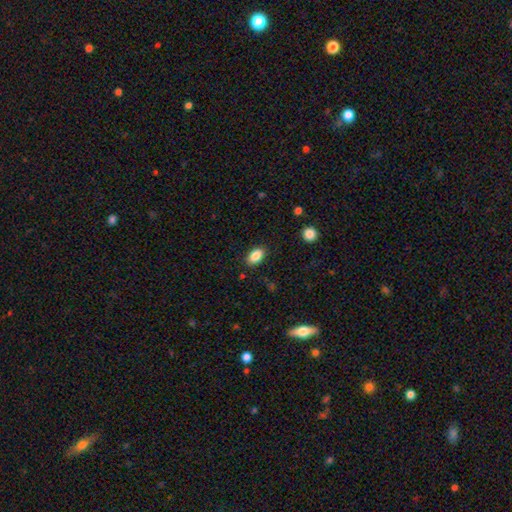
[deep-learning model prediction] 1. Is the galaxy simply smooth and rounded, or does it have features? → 87% smooth, 8% star or artifact, 5% featured or disk.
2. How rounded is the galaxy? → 90% in between, 8% round, 2% cigar-shaped.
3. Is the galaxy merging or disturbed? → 88% none, 9% minor disturbance, 2% major disturbance, 1% merger.